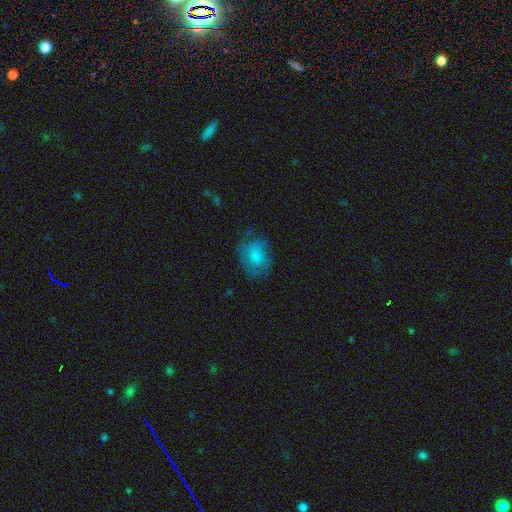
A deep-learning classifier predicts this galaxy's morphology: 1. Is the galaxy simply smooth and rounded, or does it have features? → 56% smooth, 35% featured or disk, 8% star or artifact.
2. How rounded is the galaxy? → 53% in between, 45% round, 1% cigar-shaped.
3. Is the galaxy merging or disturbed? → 58% none, 25% minor disturbance, 15% major disturbance, 1% merger.